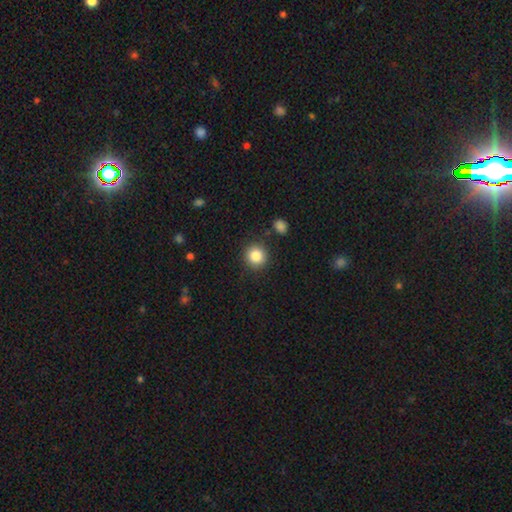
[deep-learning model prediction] Morphology: type=smooth (85%); roundness=round (91%); merging=none (88%).